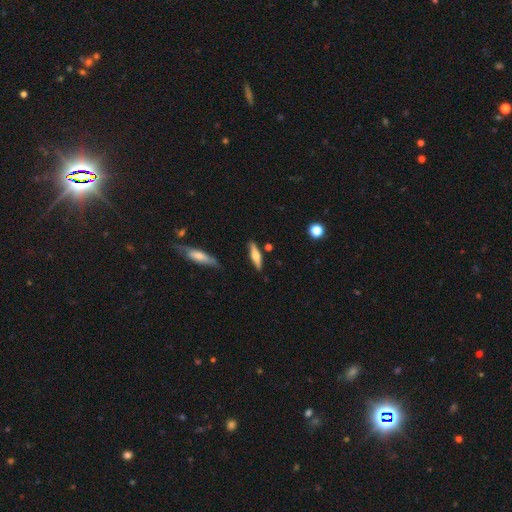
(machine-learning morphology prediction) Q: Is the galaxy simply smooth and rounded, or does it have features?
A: featured or disk — 50%.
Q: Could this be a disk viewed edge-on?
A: yes — 95%.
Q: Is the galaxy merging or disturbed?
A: none — 83%.